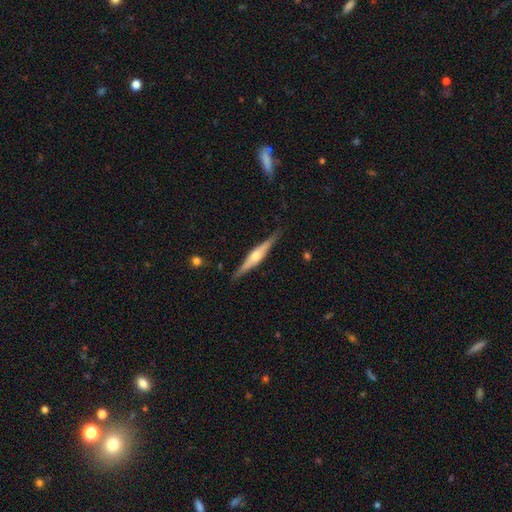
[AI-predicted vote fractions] A featured or disk galaxy (75%) viewed edge-on (97%) with a rounded central bulge (87%).

Vote fractions:
- Smooth or featured? featured or disk: 75% / smooth: 20% / star or artifact: 5%
- Edge-on disk? yes: 97% / no: 3%
- Edge-on bulge? rounded: 87% / boxy: 9% / none: 4%
- Merging? none: 87% / minor disturbance: 10% / major disturbance: 2% / merger: 1%